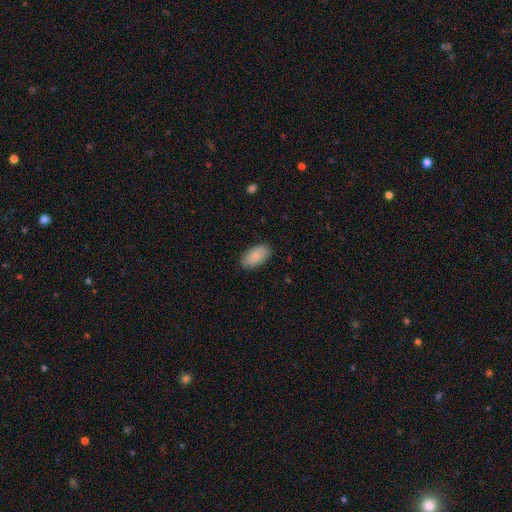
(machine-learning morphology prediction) A smooth galaxy with no disk features (86%) that is in between round and cigar-shaped (95%).

Vote fractions:
- Smooth or featured? smooth: 86% / featured or disk: 8% / star or artifact: 6%
- How rounded? in between: 95% / round: 3% / cigar-shaped: 2%
- Merging? none: 87% / minor disturbance: 10% / major disturbance: 2% / merger: 1%